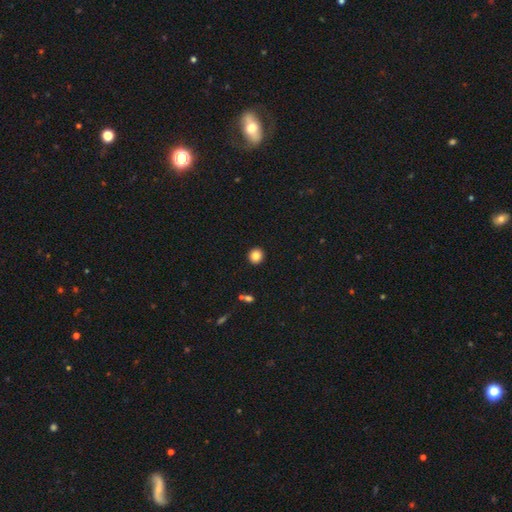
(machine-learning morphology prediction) smooth-or-featured: smooth: 84% | star or artifact: 10% | featured or disk: 6%
  how-rounded: round: 90% | in between: 9% | cigar-shaped: 1%
  merging: none: 93% | minor disturbance: 4% | major disturbance: 1% | merger: 1%